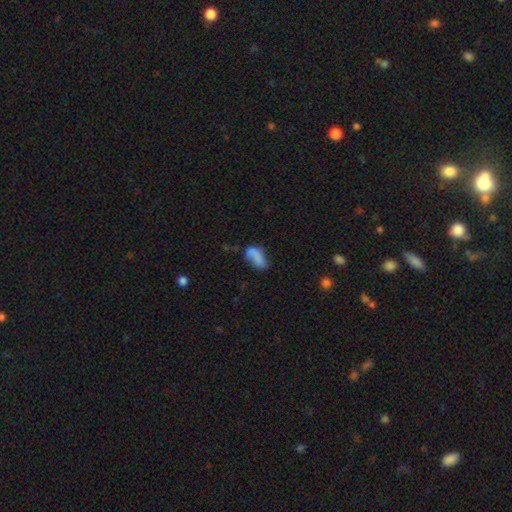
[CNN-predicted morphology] smooth-or-featured: smooth: 72% | featured or disk: 18% | star or artifact: 10%
  how-rounded: in between: 87% | cigar-shaped: 7% | round: 5%
  merging: none: 44% | minor disturbance: 27% | major disturbance: 21% | merger: 8%